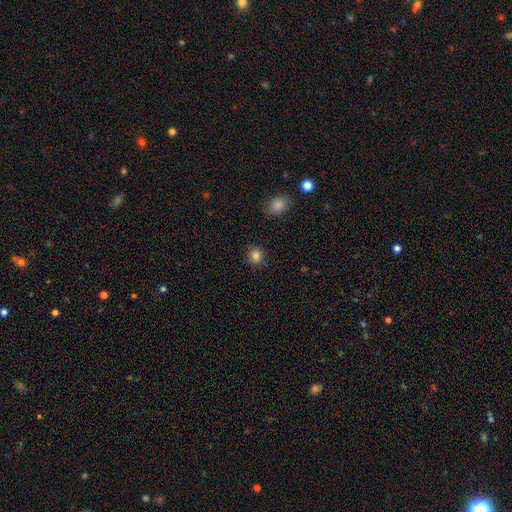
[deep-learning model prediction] The model was most divided on "how rounded": round: 85%, in between: 14%, cigar-shaped: 1%. More confident: merging — none (89%); smooth or featured — smooth (84%).